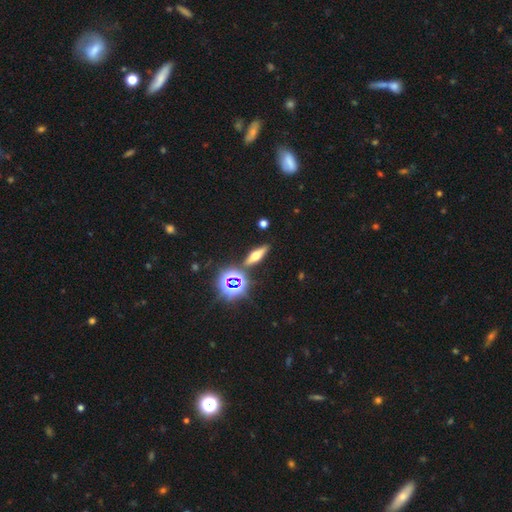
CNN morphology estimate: This is possibly a featured or disk galaxy (47%). Merging: clearly none (86%).